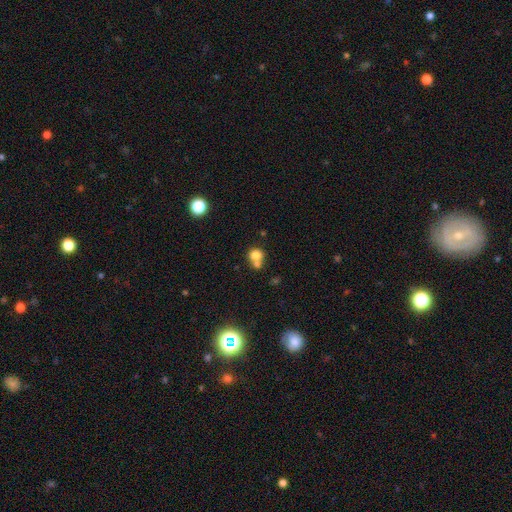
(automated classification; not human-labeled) This is likely a smooth galaxy (76%). How rounded: likely round (77%). Merging: possibly merger (49%).